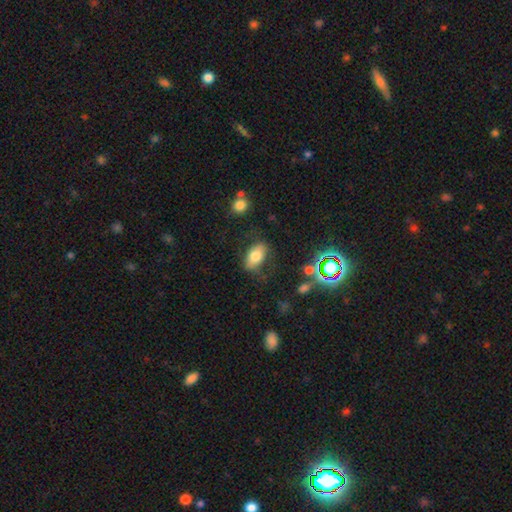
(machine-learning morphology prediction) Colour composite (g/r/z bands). It shows a smooth galaxy with no disk features (73%) that is in between round and cigar-shaped (89%). Merging: none (74%).